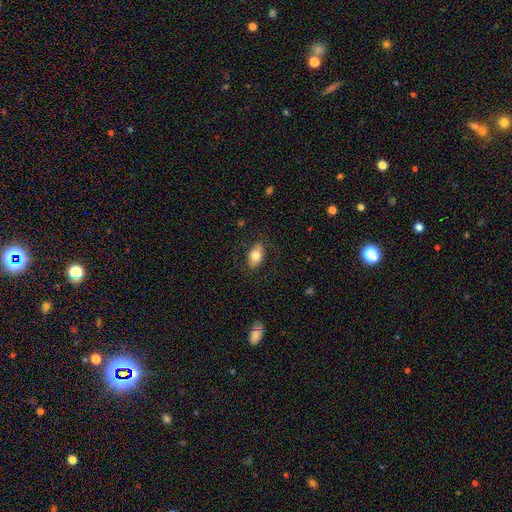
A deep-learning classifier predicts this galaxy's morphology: Q: Smooth or featured?
A: smooth (78%); runner-up: featured or disk (15%)
Q: How rounded?
A: in between (89%); runner-up: round (9%)
Q: Merging?
A: none (83%); runner-up: minor disturbance (12%)